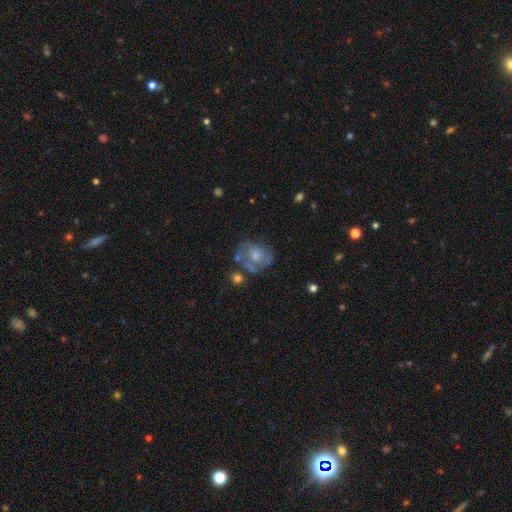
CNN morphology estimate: This appears to be a featured or disk galaxy (56%) with no bar (80%), spiral arms (57%) and a moderate central bulge (49%). Merging: none (47%).